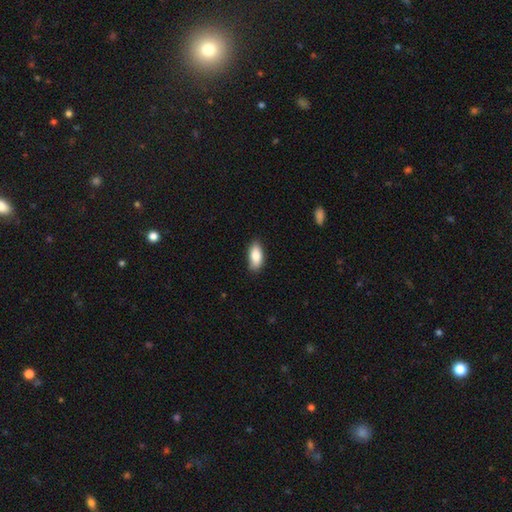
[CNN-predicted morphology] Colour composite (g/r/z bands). It shows a smooth galaxy with no disk features (85%) that is in between round and cigar-shaped (88%). Merging: none (85%).